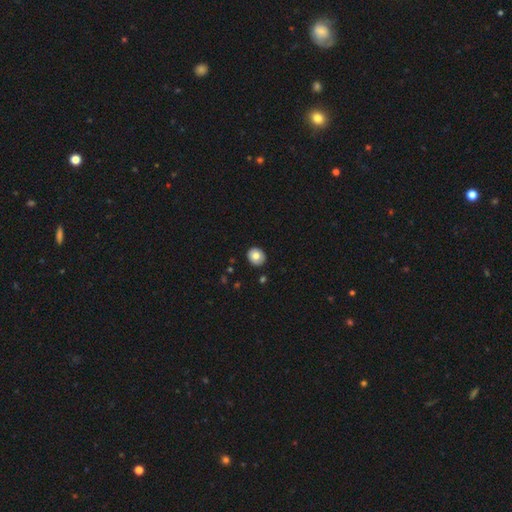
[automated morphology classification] The model was most divided on "how rounded": round: 72%, in between: 27%, cigar-shaped: 1%. More confident: merging — none (89%); smooth or featured — smooth (75%).